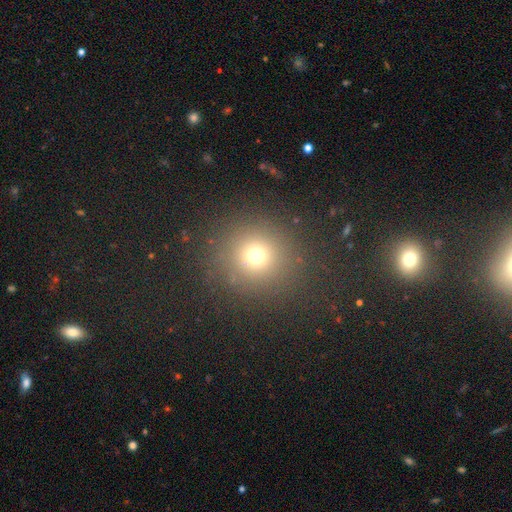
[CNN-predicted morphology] Smooth or featured?
  - smooth: 70% *
  - star or artifact: 20%
  - featured or disk: 9%
How rounded?
  - round: 92% *
  - in between: 7%
  - cigar-shaped: 1%
Merging?
  - none: 86% *
  - minor disturbance: 8%
  - major disturbance: 5%
  - merger: 2%